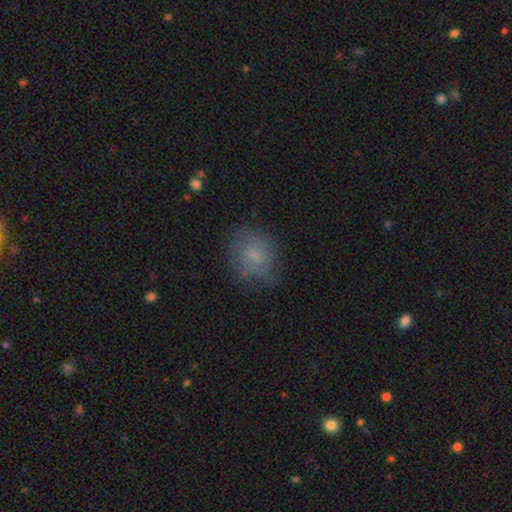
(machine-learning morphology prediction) This is likely a smooth galaxy (66%). How rounded: likely round (69%). Merging: likely none (69%).